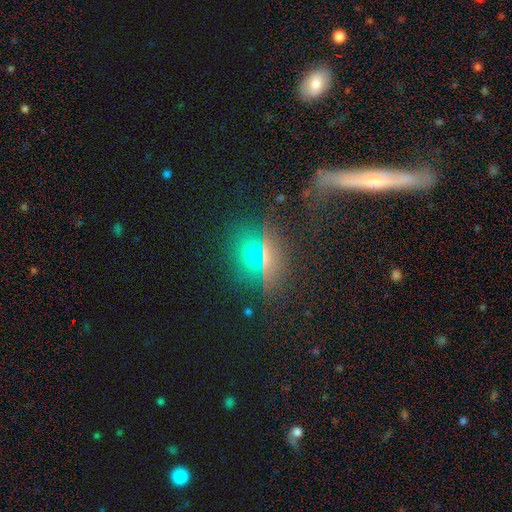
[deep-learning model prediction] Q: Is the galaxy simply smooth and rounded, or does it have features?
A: smooth — 55%.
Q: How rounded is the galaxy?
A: round — 57%.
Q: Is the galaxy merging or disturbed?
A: none — 80%.